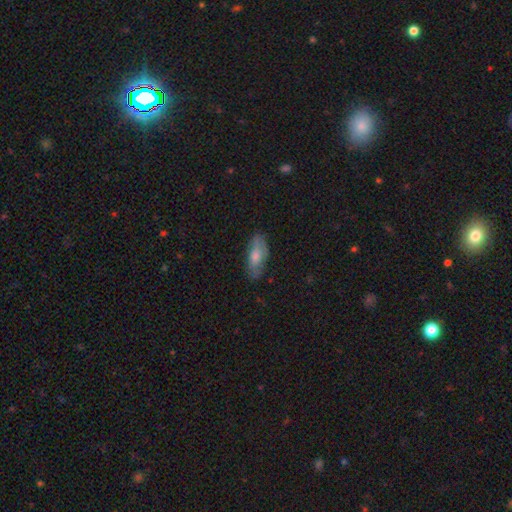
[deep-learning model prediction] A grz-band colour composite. It shows a smooth galaxy with no disk features (61%) that is in between round and cigar-shaped (76%). Merging: none (79%).